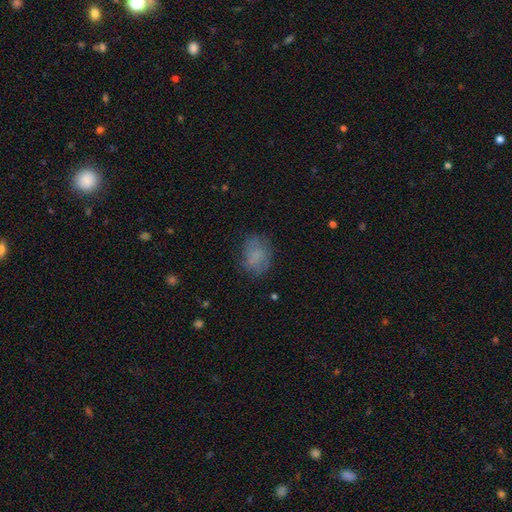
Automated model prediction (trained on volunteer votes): This appears to be a smooth galaxy with no disk features (67%) that is in between round and cigar-shaped (64%). Merging: none (66%).